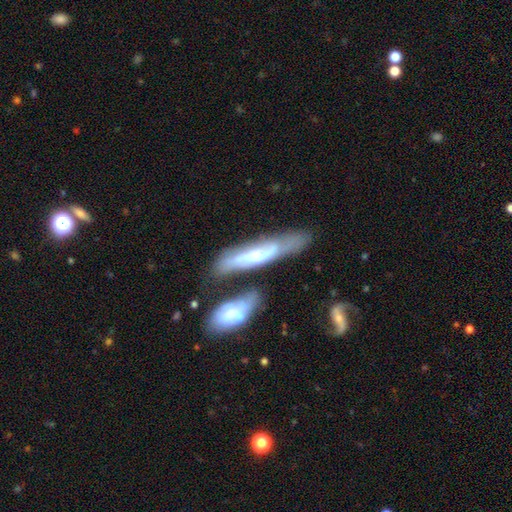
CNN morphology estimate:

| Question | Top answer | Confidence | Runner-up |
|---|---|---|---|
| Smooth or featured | featured or disk | 60% | smooth (34%) |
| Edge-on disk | no | 58% | yes (42%) |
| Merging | none | 50% | merger (21%) |